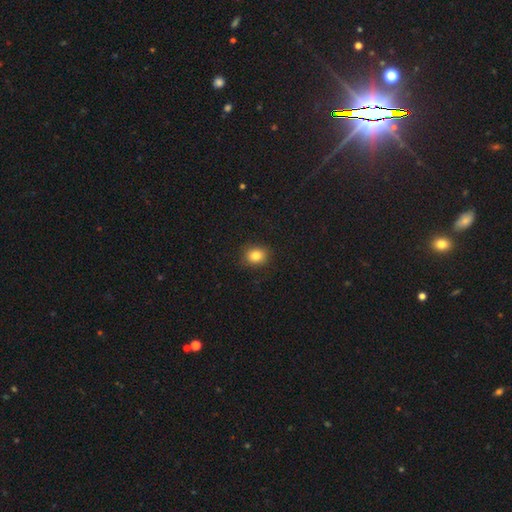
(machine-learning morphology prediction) smooth 84%, star or artifact 11%, featured or disk 6%. Down the decision tree: how rounded — round (60%); merging — none (88%).